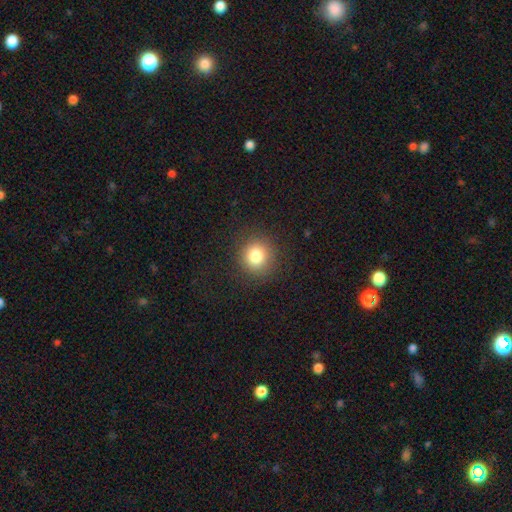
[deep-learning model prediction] Smooth or featured?
  - smooth: 81% *
  - star or artifact: 12%
  - featured or disk: 7%
How rounded?
  - round: 91% *
  - in between: 9%
  - cigar-shaped: 1%
Merging?
  - none: 89% *
  - minor disturbance: 7%
  - major disturbance: 3%
  - merger: 1%